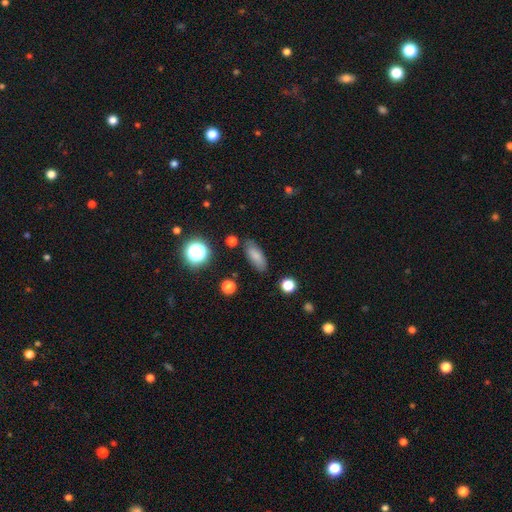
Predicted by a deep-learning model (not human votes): This appears to be a smooth galaxy with no disk features (80%) that is in between round and cigar-shaped (74%). Merging: none (82%).